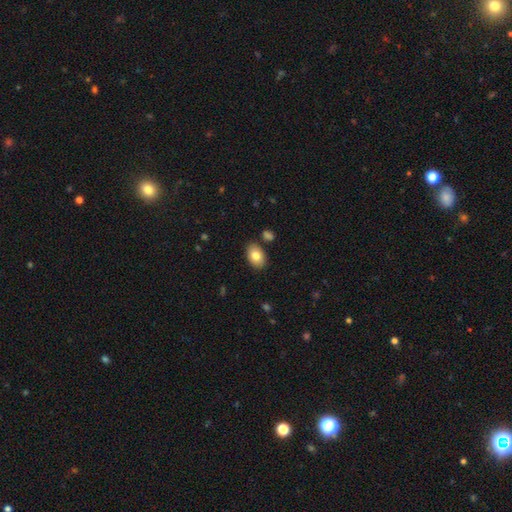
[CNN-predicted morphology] The model was most divided on "smooth or featured": smooth: 81%, featured or disk: 12%, star or artifact: 7%. More confident: how rounded — in between (87%); merging — none (85%).